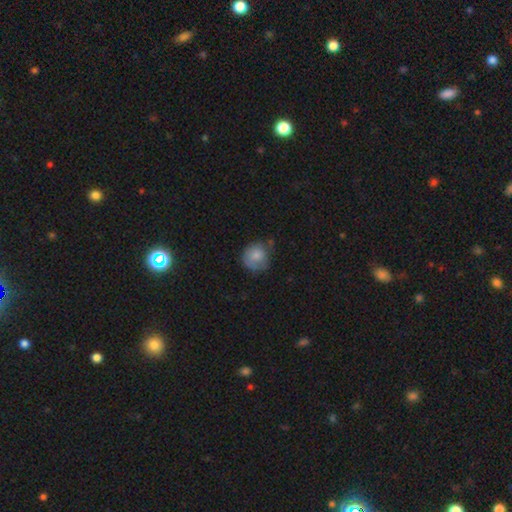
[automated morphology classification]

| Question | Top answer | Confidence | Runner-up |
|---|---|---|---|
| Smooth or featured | smooth | 76% | featured or disk (16%) |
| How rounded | round | 82% | in between (17%) |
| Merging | none | 53% | minor disturbance (31%) |